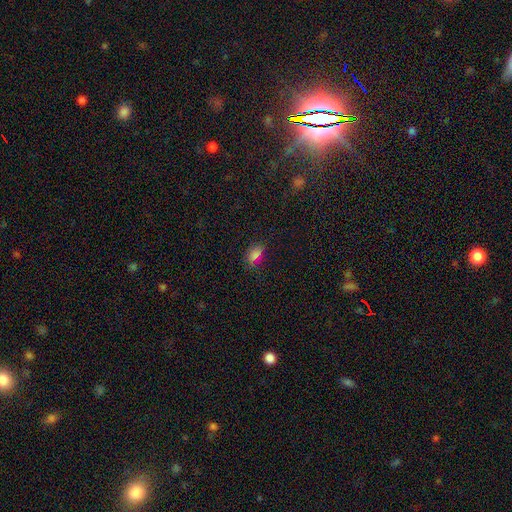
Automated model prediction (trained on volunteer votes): This appears to be a smooth galaxy with no disk features (73%) that is in between round and cigar-shaped (85%). Merging: none (78%).